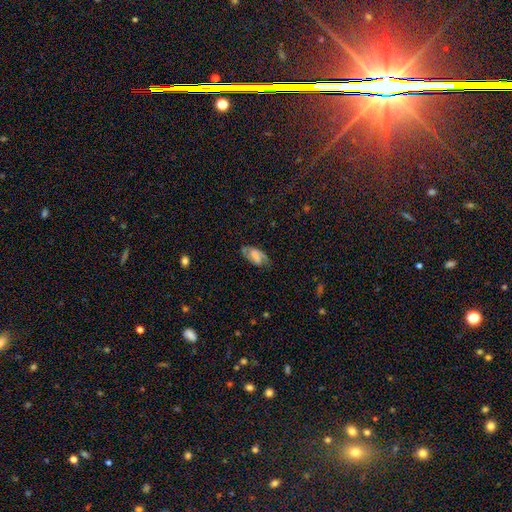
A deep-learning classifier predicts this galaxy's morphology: The model was most divided on "bulge size": none: 31%, small: 29%, moderate: 24%, large: 13%, dominant: 3%. Remaining: edge-on disk — no (95%); spiral arms — yes (88%); spiral arm count — 2 (81%); merging — none (71%); smooth or featured — featured or disk (63%); spiral winding — medium (47%); bar — weak (45%).